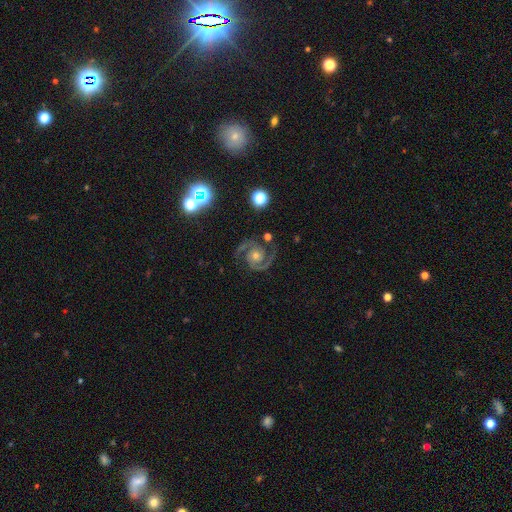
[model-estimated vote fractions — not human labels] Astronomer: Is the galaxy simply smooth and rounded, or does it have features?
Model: featured or disk — 91%.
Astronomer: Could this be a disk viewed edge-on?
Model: no — 98%.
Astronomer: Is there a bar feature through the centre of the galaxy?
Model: no — 72%.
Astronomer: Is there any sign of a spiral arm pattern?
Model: yes — 99%.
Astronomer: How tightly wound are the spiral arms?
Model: medium — 50% (runner-up: tight, 43%).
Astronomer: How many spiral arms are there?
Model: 2 — 93%.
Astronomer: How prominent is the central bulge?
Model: moderate — 52% (runner-up: small, 42%).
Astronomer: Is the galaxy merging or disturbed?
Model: none — 82%.